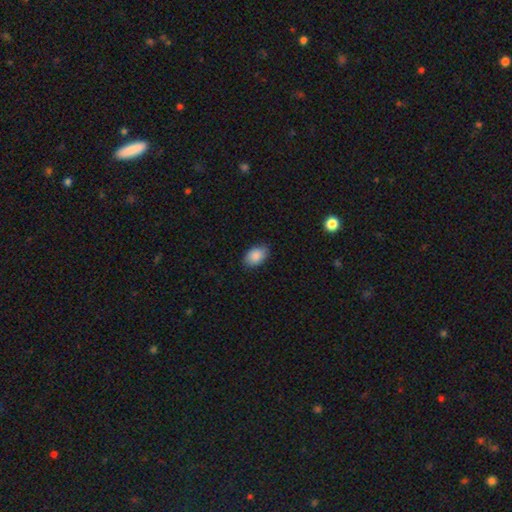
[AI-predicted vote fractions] A smooth galaxy with no disk features (88%) that is in between round and cigar-shaped (89%). Merging: none (85%).